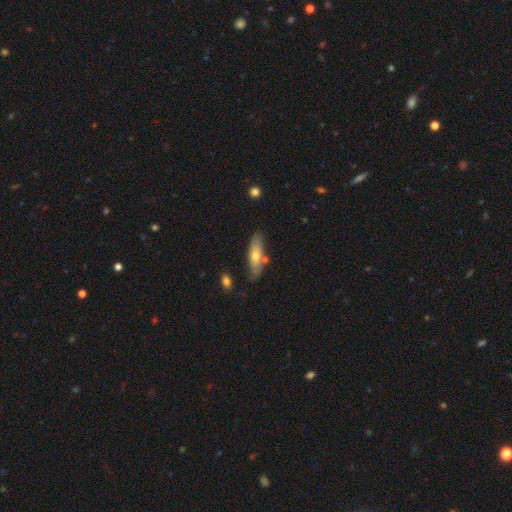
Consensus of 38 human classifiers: Smooth or featured?
  - featured or disk: 47% *
  - smooth: 45%
  - star or artifact: 8%
Edge-on disk?
  - yes: 56% *
  - no: 44%
Edge-on bulge?
  - rounded: 90% *
  - none: 10%
  - boxy: 0%
Merging?
  - none: 77% *
  - minor disturbance: 14%
  - merger: 9%
  - major disturbance: 0%